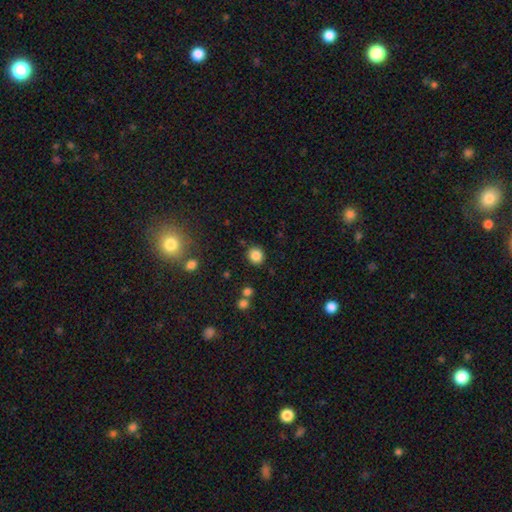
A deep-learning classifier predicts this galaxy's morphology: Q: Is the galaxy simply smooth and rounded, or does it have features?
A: smooth — 84%.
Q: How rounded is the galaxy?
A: round — 86%.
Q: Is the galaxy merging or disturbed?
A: none — 87%.